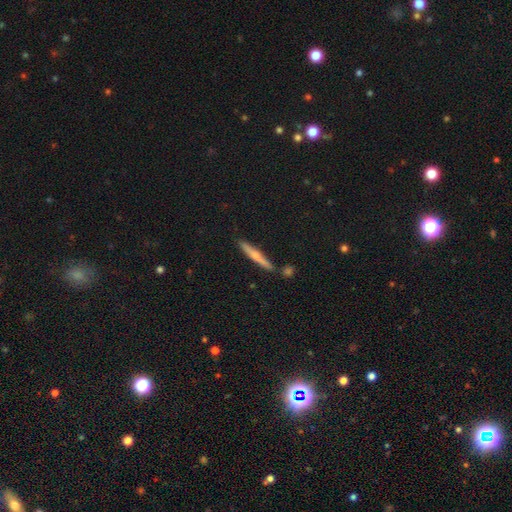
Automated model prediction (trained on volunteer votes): smooth_or_featured: smooth (p=0.57) [alt: featured or disk p=0.37]
how_rounded: cigar-shaped (p=0.95) [alt: in between p=0.04]
merging: none (p=0.84) [alt: minor disturbance p=0.09]